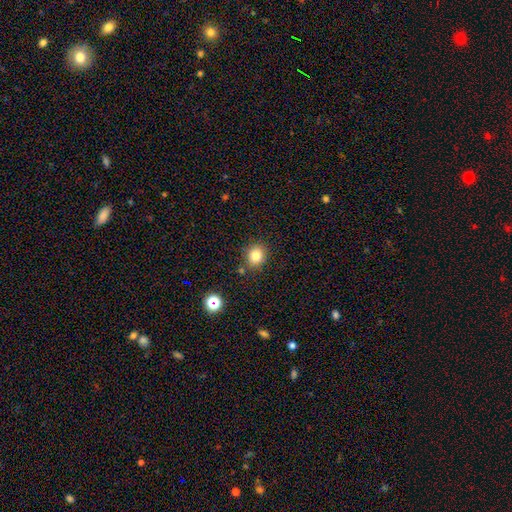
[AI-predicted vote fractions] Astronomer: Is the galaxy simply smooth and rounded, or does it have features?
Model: smooth — 81%.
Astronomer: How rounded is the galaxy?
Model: round — 71%.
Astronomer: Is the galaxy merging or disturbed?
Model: none — 84%.